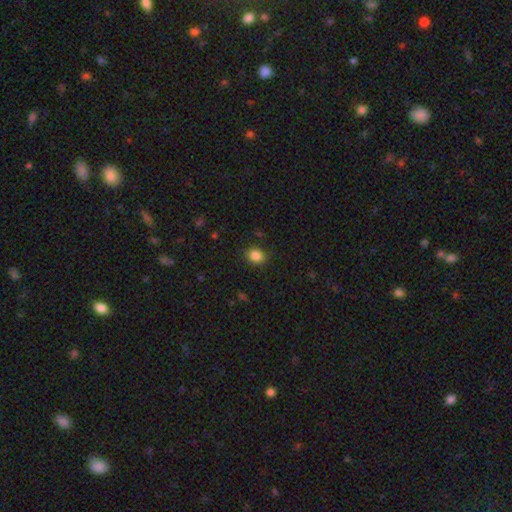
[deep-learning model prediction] smooth-or-featured: smooth: 85% | star or artifact: 11% | featured or disk: 4%
  how-rounded: round: 62% | in between: 37% | cigar-shaped: 1%
  merging: none: 87% | minor disturbance: 9% | major disturbance: 3% | merger: 1%